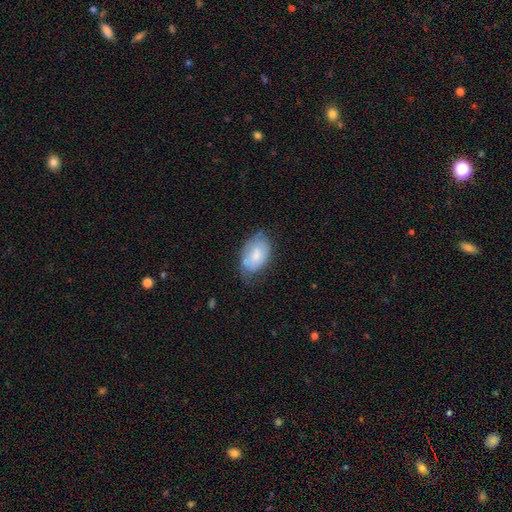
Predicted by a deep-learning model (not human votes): Smooth or featured? smooth (70%)
How rounded? in between (90%)
Merging? none (54%)